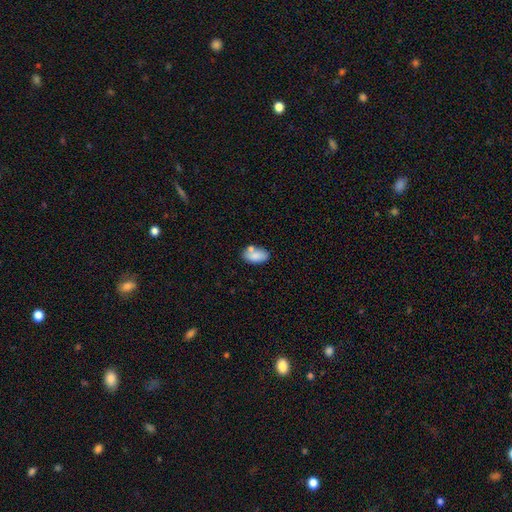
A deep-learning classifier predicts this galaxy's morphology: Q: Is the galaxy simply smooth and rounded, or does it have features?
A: smooth — 82%.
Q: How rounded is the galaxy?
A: in between — 92%.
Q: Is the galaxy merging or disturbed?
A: none — 61%.